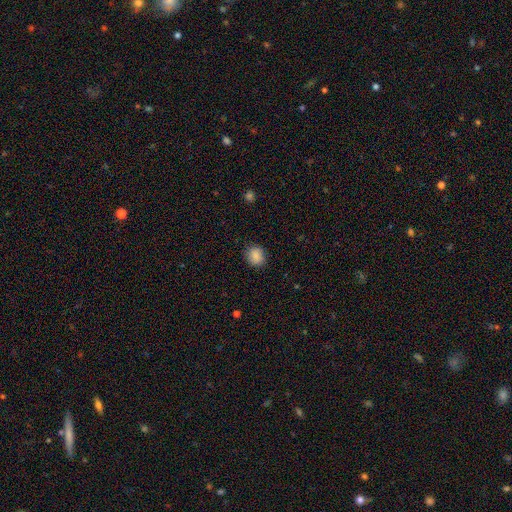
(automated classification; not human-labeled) Smooth or featured?
  - smooth: 86% *
  - star or artifact: 9%
  - featured or disk: 5%
How rounded?
  - round: 73% *
  - in between: 26%
  - cigar-shaped: 1%
Merging?
  - none: 86% *
  - minor disturbance: 10%
  - major disturbance: 3%
  - merger: 1%